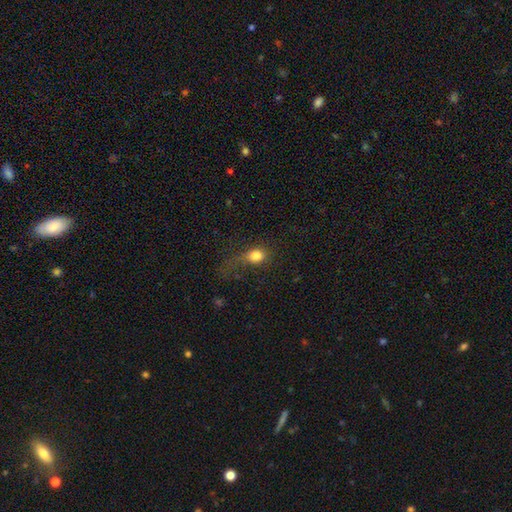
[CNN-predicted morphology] Smooth or featured? smooth (79%)
How rounded? round (50%)
Merging? major disturbance (39%)